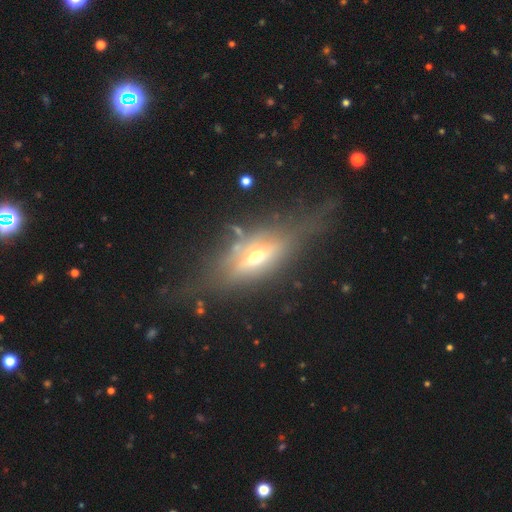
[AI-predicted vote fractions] Q: Smooth or featured?
A: featured or disk (64%); runner-up: smooth (26%)
Q: Edge-on disk?
A: yes (80%); runner-up: no (20%)
Q: Edge-on bulge?
A: rounded (88%); runner-up: boxy (8%)
Q: Merging?
A: none (56%); runner-up: minor disturbance (20%)